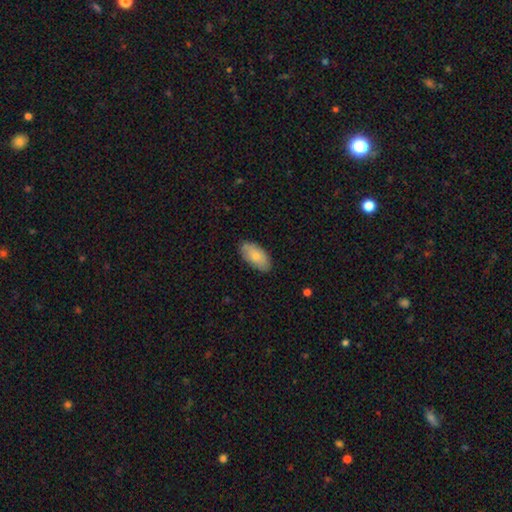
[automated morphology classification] smooth_or_featured: smooth (p=0.79) [alt: featured or disk p=0.15]
how_rounded: in between (p=0.93) [alt: cigar-shaped p=0.04]
merging: none (p=0.85) [alt: minor disturbance p=0.11]